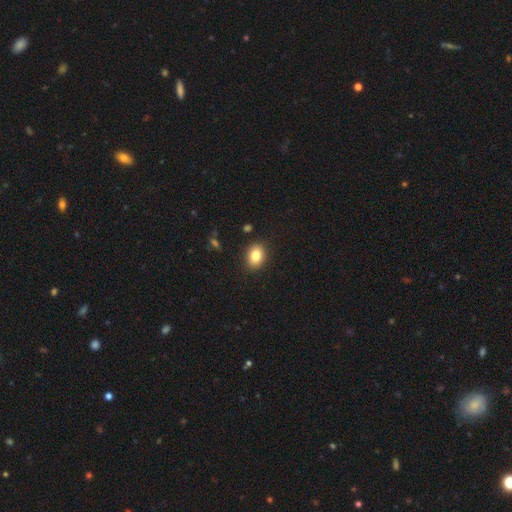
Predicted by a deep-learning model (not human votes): Overall: smooth (82%). How rounded: in between (64%; round 35%). Merging: none (88%).